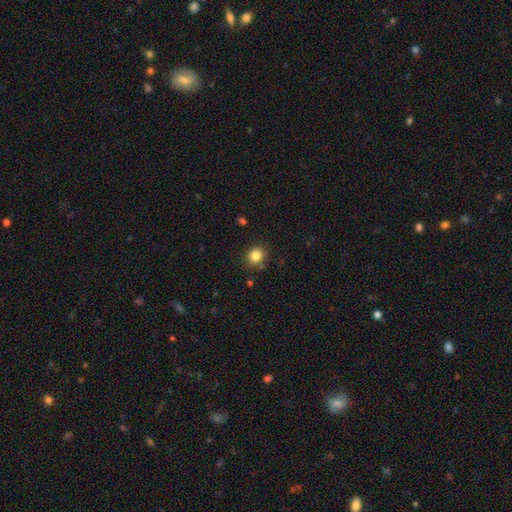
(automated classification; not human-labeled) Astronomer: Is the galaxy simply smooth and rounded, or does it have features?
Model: smooth — 84%.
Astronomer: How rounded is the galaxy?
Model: round — 83%.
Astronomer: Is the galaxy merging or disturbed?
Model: none — 84%.